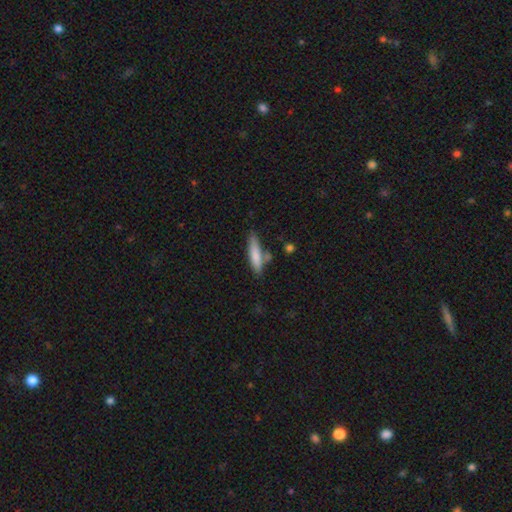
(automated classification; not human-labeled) A smooth galaxy with no disk features (78%) that is cigar-shaped (79%).

Vote fractions:
- Smooth or featured? smooth: 78% / featured or disk: 16% / star or artifact: 6%
- How rounded? cigar-shaped: 79% / in between: 20% / round: 2%
- Merging? none: 71% / minor disturbance: 16% / merger: 9% / major disturbance: 4%